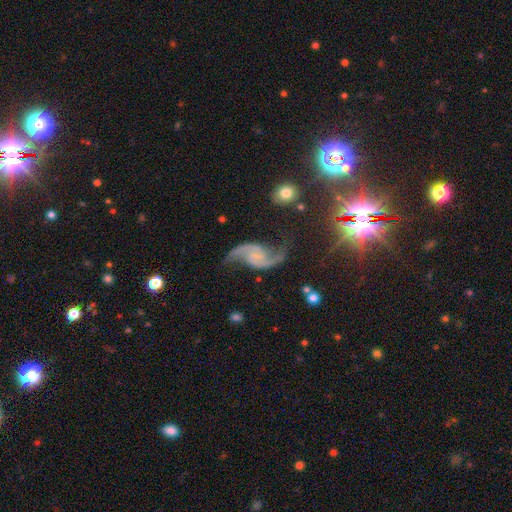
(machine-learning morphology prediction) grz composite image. It shows a featured or disk galaxy (89%) with no bar (59%), 2 (94%) loose (72%) spiral arms (98%) and no central bulge (52%). Merging: none (71%).